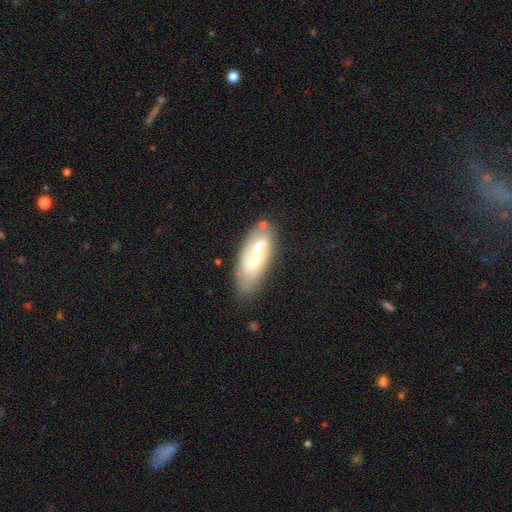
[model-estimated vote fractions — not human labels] Smooth or featured? Predicted: featured or disk (p=0.71). Edge-on disk? Predicted: no (p=0.91). Bar? Predicted: strong (p=0.44). Spiral arms? Predicted: yes (p=0.88). Spiral winding? Predicted: loose (p=0.39). Spiral arm count? Predicted: 2 (p=0.69). Bulge size? Predicted: moderate (p=0.34). Merging? Predicted: none (p=0.68).